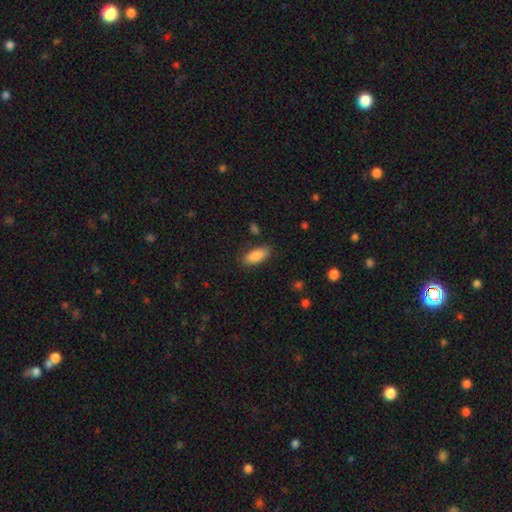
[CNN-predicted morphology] smooth_or_featured: smooth (p=0.87) [alt: star or artifact p=0.07]
how_rounded: in between (p=0.84) [alt: cigar-shaped p=0.14]
merging: none (p=0.84) [alt: minor disturbance p=0.11]